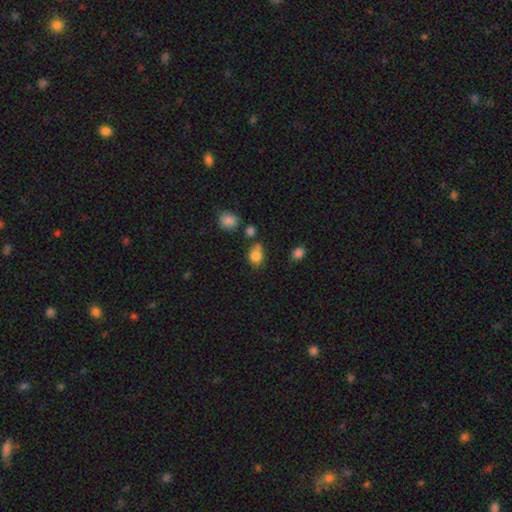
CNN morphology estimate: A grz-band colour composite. It shows a smooth galaxy with no disk features (82%) that is round (51%). Merging: none (53%).